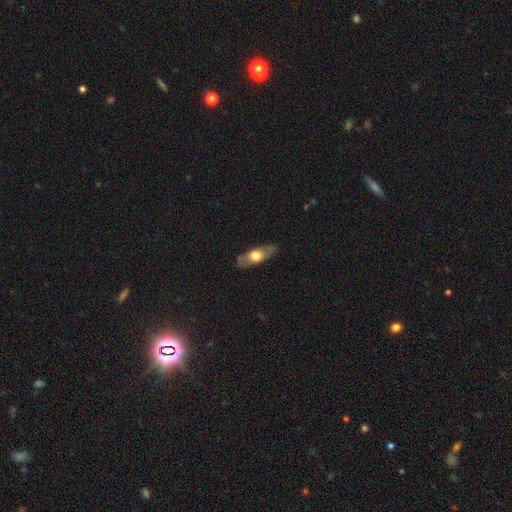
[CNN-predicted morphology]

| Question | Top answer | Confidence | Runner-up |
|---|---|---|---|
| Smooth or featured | smooth | 52% | featured or disk (43%) |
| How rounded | in between | 69% | cigar-shaped (26%) |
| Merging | none | 80% | minor disturbance (15%) |